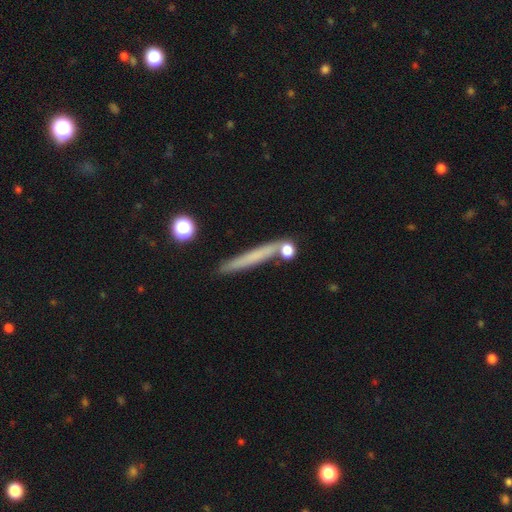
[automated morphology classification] This appears to be a smooth galaxy with no disk features (58%) that is cigar-shaped (93%). Merging: none (79%).